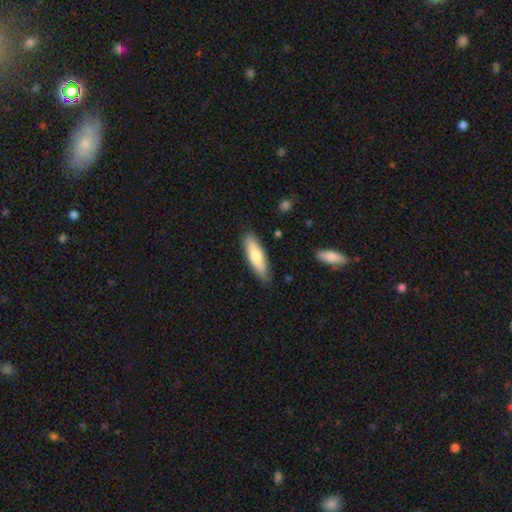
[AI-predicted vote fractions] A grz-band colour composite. It shows a smooth galaxy with no disk features (70%) that is cigar-shaped (57%). Merging: none (84%).